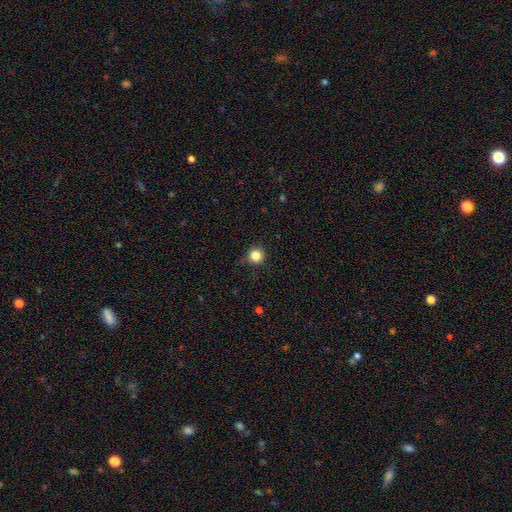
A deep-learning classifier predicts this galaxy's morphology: This appears to be a smooth galaxy with no disk features (84%) that is round (94%). Merging: none (84%).